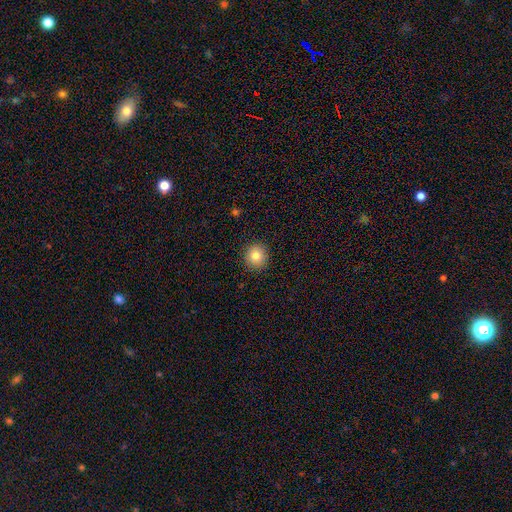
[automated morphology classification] Smooth or featured: smooth — 83% (star or artifact — 10%)
How rounded: round — 91% (in between — 8%)
Merging: none — 91% (minor disturbance — 6%)